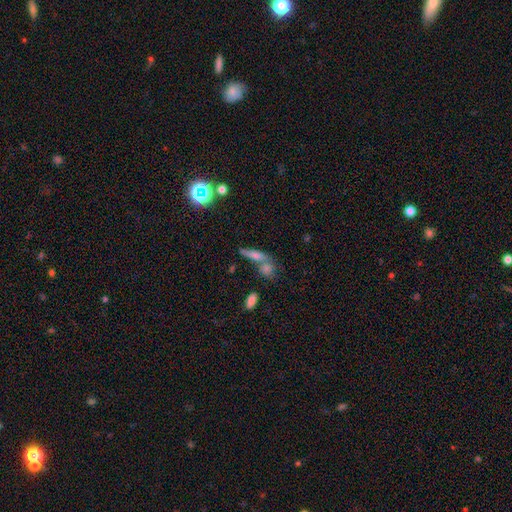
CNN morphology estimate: smooth-or-featured: smooth: 64% | featured or disk: 24% | star or artifact: 12%
  how-rounded: cigar-shaped: 56% | in between: 37% | round: 7%
  merging: none: 41% | merger: 39% | minor disturbance: 13% | major disturbance: 7%